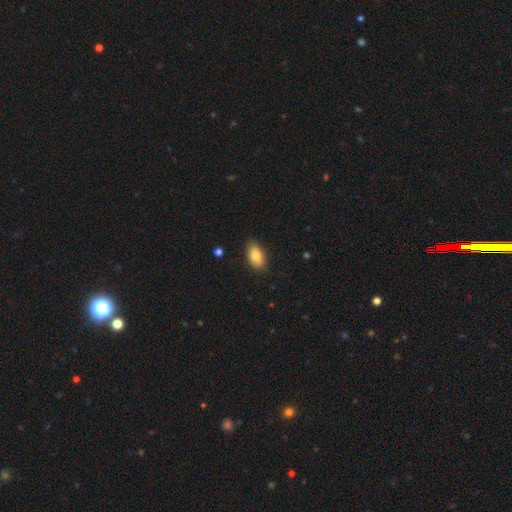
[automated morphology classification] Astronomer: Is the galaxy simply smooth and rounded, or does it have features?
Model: smooth — 82%.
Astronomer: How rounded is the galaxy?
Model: in between — 92%.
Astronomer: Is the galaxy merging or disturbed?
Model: none — 83%.